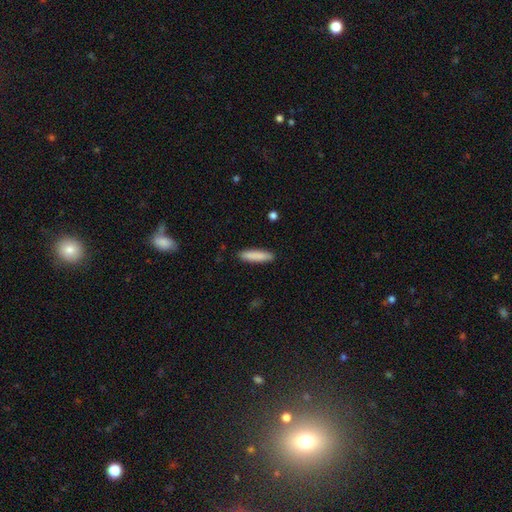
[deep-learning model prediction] smooth 86%, featured or disk 8%, star or artifact 6%. Down the decision tree: how rounded — cigar-shaped (82%); merging — none (90%).